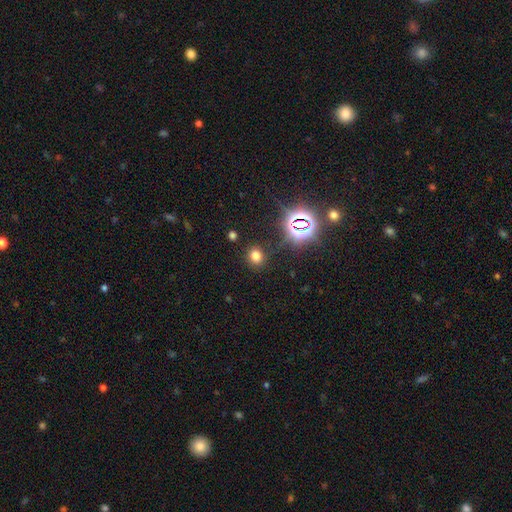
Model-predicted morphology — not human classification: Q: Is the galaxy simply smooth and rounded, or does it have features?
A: smooth — 68%.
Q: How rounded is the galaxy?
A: round — 70%.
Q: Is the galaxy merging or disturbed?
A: none — 85%.